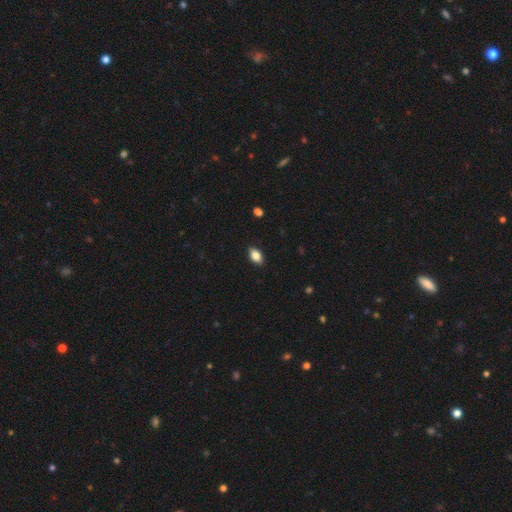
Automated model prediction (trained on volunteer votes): smooth_or_featured: smooth (p=0.78) [alt: featured or disk p=0.14]
how_rounded: in between (p=0.89) [alt: round p=0.06]
merging: none (p=0.88) [alt: minor disturbance p=0.09]